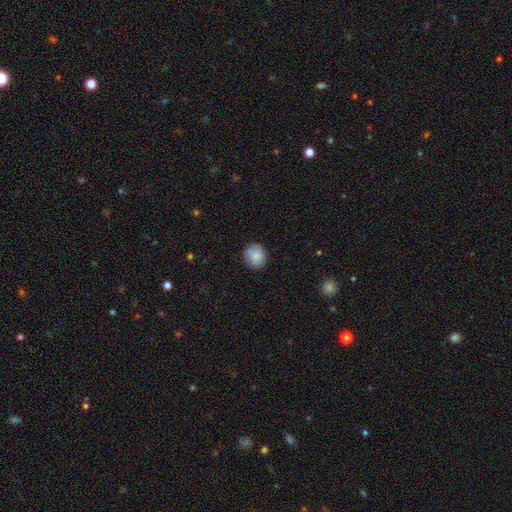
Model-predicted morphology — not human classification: smooth 85%, star or artifact 7%, featured or disk 7%. Down the decision tree: how rounded — round (82%); merging — none (86%).